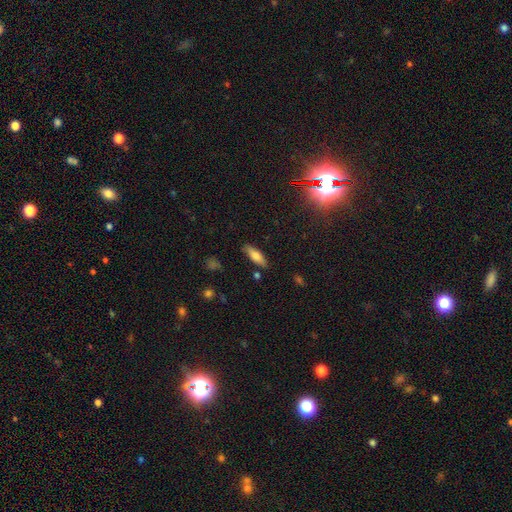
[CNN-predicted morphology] The model was most divided on "how rounded": in between: 54%, cigar-shaped: 43%, round: 2%. More confident: merging — none (83%); smooth or featured — smooth (72%).